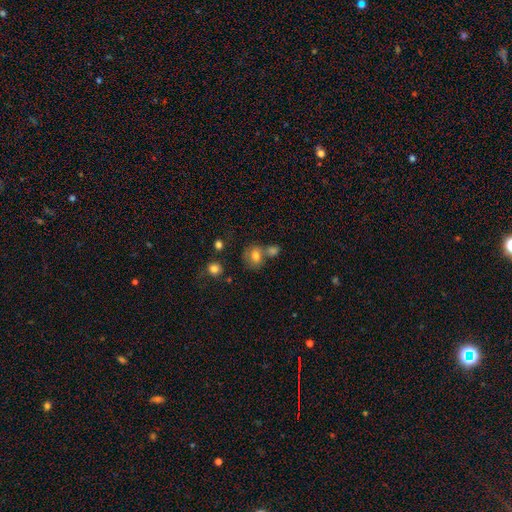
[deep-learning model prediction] A smooth galaxy with no disk features (75%) that is round (60%).

Vote fractions:
- Smooth or featured? smooth: 75% / featured or disk: 14% / star or artifact: 11%
- How rounded? round: 60% / in between: 38% / cigar-shaped: 1%
- Merging? none: 47% / merger: 34% / minor disturbance: 14% / major disturbance: 6%